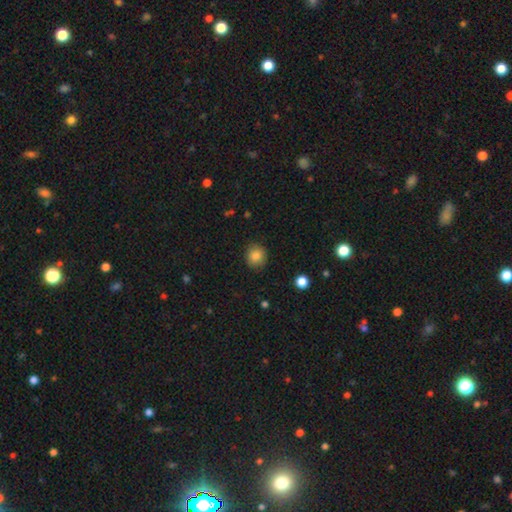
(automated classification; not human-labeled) Smooth or featured? Predicted: smooth (p=0.85). How rounded? Predicted: round (p=0.80). Merging? Predicted: none (p=0.86).